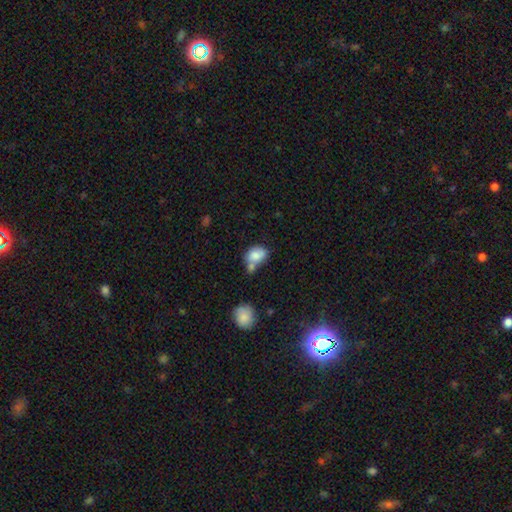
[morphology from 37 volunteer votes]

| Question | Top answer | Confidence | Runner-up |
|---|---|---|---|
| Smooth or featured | smooth | 78% | featured or disk (16%) |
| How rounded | in between | 83% | round (17%) |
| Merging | merger | 40% | none (29%) |